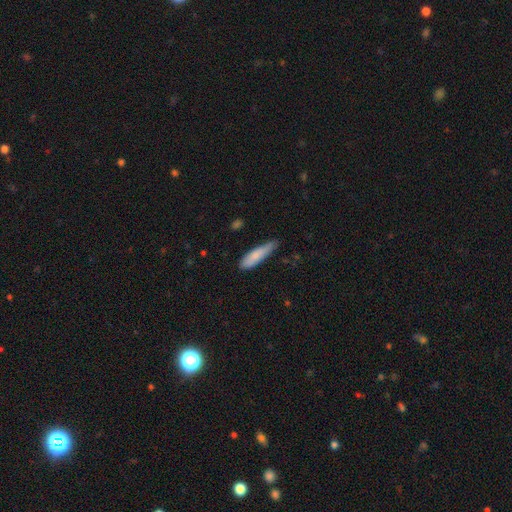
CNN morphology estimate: Overall: smooth (79%). How rounded: cigar-shaped (70%). Merging: none (61%; minor disturbance 32%).